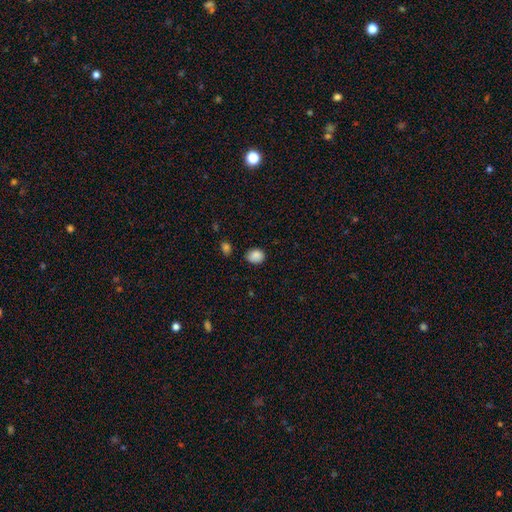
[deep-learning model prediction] Smooth or featured? smooth (87%)
How rounded? round (53%)
Merging? none (76%)